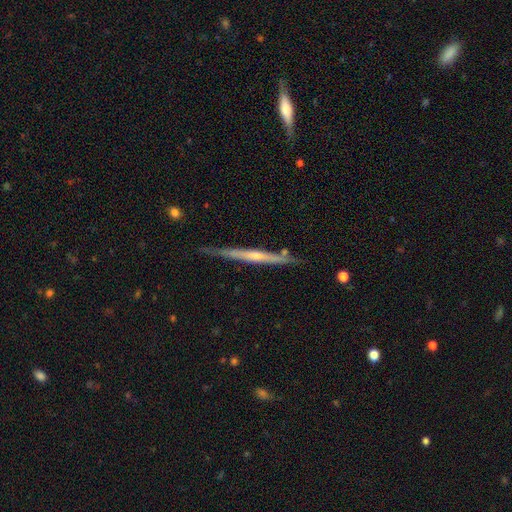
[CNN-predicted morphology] A featured or disk galaxy (67%) viewed edge-on (97%) with no central bulge (52%).

Vote fractions:
- Smooth or featured? featured or disk: 67% / smooth: 28% / star or artifact: 6%
- Edge-on disk? yes: 97% / no: 3%
- Edge-on bulge? none: 52% / rounded: 41% / boxy: 6%
- Merging? none: 78% / minor disturbance: 17% / merger: 3% / major disturbance: 3%